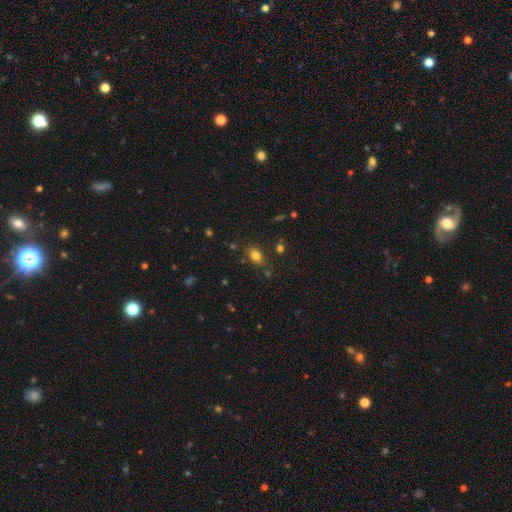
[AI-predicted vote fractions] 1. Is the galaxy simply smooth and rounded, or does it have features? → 79% smooth, 14% star or artifact, 7% featured or disk.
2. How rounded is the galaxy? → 67% in between, 32% round, 2% cigar-shaped.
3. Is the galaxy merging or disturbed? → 77% none, 14% minor disturbance, 5% merger, 4% major disturbance.